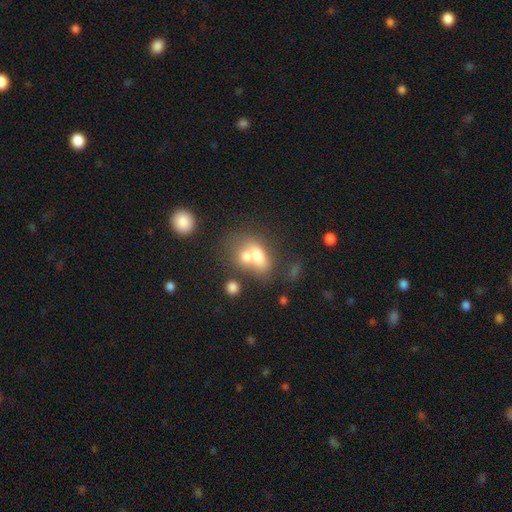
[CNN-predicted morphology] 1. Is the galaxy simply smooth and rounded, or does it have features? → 62% smooth, 25% featured or disk, 12% star or artifact.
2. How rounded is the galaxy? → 64% in between, 32% round, 4% cigar-shaped.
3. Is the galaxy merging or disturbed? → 62% merger, 23% none, 9% minor disturbance, 6% major disturbance.